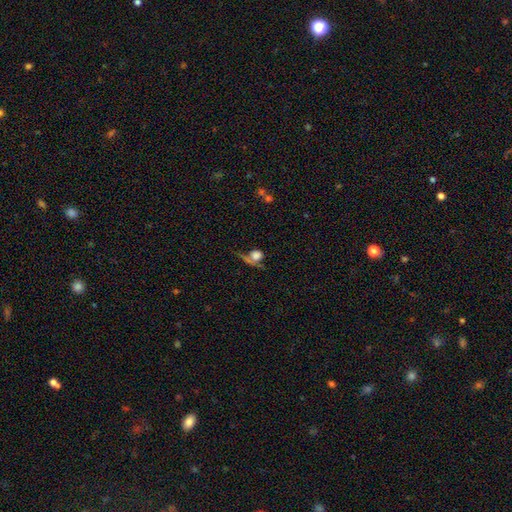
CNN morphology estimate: This appears to be a smooth galaxy with no disk features (62%) that is round (68%). Merging: none (40%).